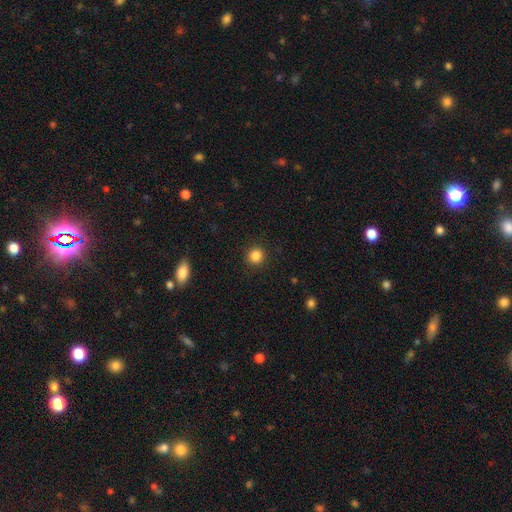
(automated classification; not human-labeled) Smooth or featured? smooth (86%)
How rounded? round (93%)
Merging? none (91%)